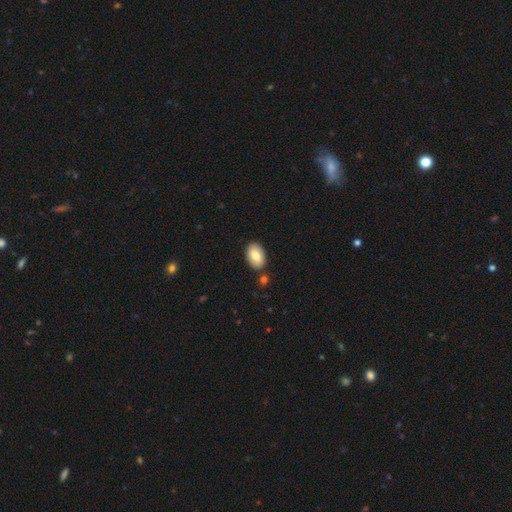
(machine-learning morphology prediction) smooth-or-featured: smooth: 80% | featured or disk: 14% | star or artifact: 6%
  how-rounded: in between: 92% | round: 7% | cigar-shaped: 1%
  merging: none: 83% | minor disturbance: 9% | merger: 5% | major disturbance: 2%